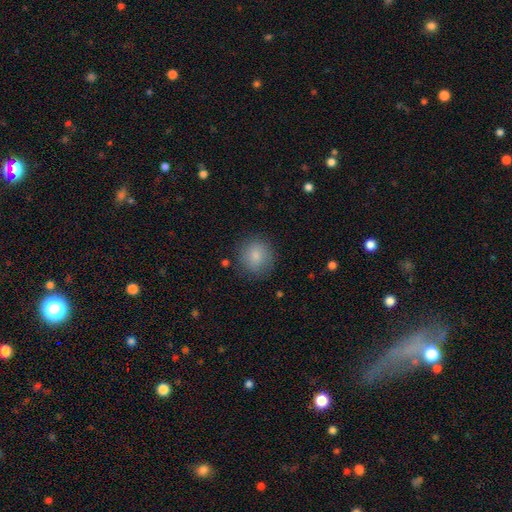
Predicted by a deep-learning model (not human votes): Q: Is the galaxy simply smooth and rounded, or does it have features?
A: smooth — 85%.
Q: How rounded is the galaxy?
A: round — 88%.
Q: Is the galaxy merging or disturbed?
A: none — 83%.